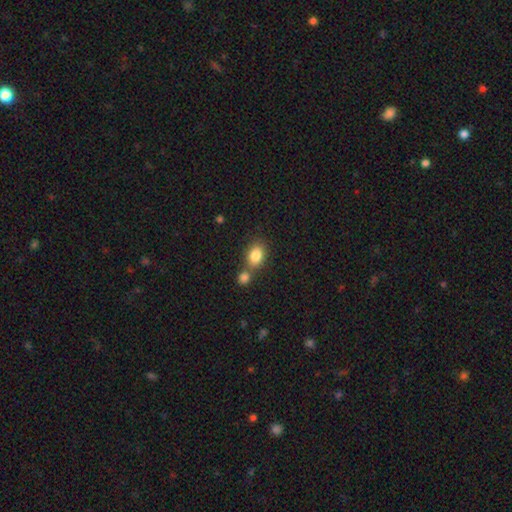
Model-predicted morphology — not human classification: The model was most divided on "merging": none: 51%, merger: 36%, minor disturbance: 10%, major disturbance: 3%. More confident: smooth or featured — smooth (84%); how rounded — in between (71%).